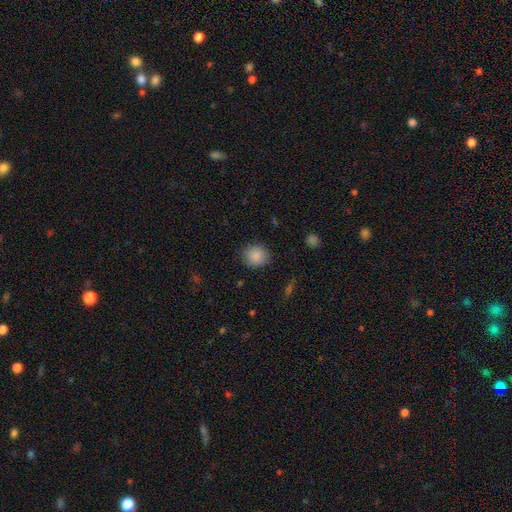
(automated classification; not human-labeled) smooth_or_featured: smooth (p=0.88) [alt: star or artifact p=0.09]
how_rounded: round (p=0.88) [alt: in between p=0.11]
merging: none (p=0.89) [alt: minor disturbance p=0.08]